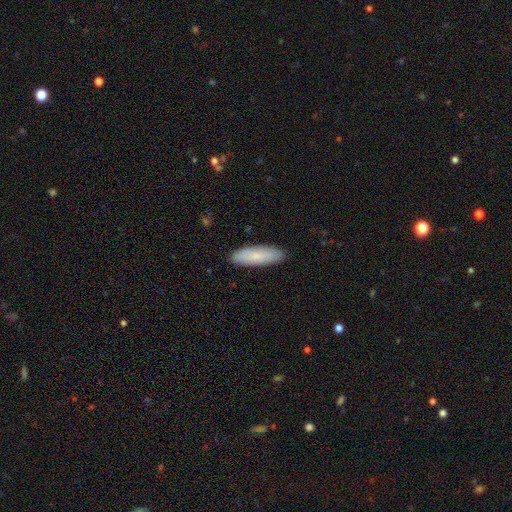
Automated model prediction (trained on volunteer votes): The model was most divided on "how rounded": cigar-shaped: 54%, in between: 44%, round: 2%. More confident: merging — none (90%); smooth or featured — smooth (79%).